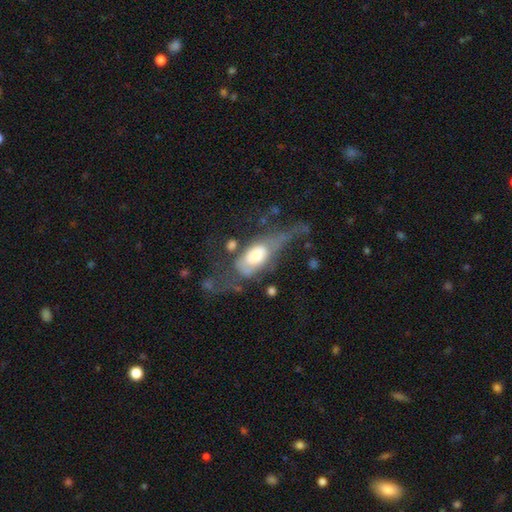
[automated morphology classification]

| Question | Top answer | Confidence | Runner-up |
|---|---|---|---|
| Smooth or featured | featured or disk | 50% | smooth (42%) |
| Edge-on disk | no | 78% | yes (22%) |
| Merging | major disturbance | 52% | none (20%) |